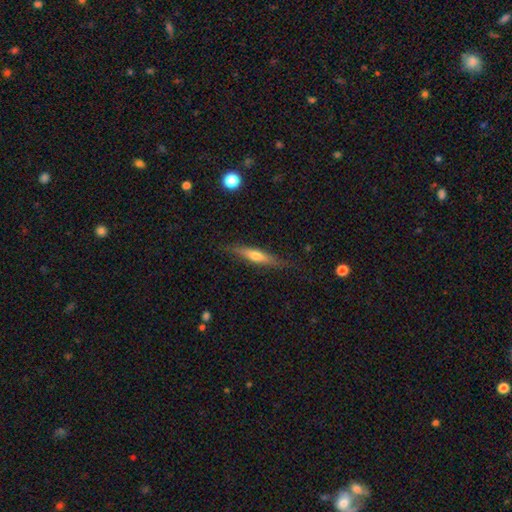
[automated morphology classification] Smooth or featured?
  - smooth: 47% * (tied)
  - featured or disk: 47% * (tied)
  - star or artifact: 6%
Merging?
  - none: 83% *
  - minor disturbance: 13%
  - major disturbance: 3%
  - merger: 1%